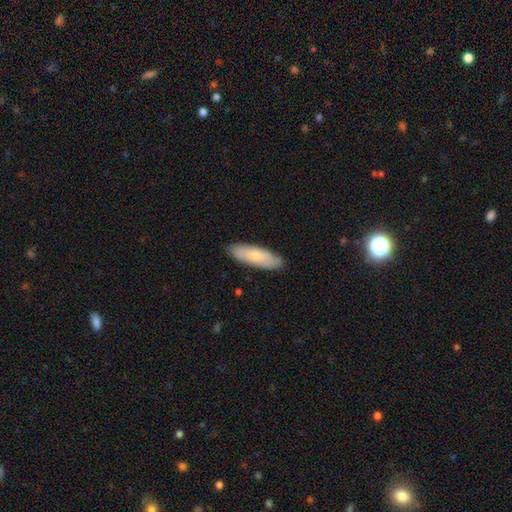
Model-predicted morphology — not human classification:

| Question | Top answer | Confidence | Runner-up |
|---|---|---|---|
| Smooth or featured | smooth | 67% | featured or disk (28%) |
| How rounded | in between | 52% | cigar-shaped (46%) |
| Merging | none | 84% | minor disturbance (13%) |